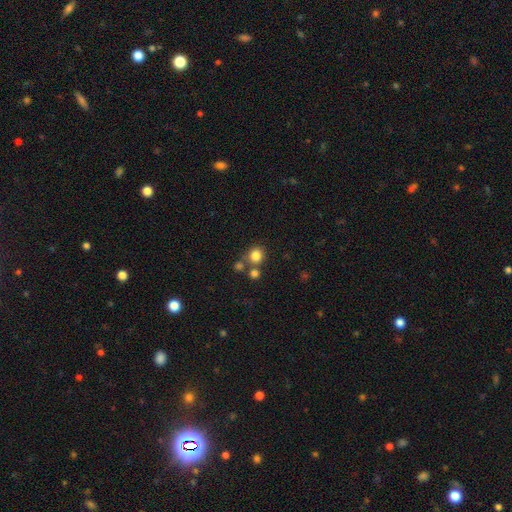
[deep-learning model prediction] smooth-or-featured: smooth: 81% | star or artifact: 12% | featured or disk: 7%
  how-rounded: round: 87% | in between: 12% | cigar-shaped: 1%
  merging: none: 65% | merger: 22% | minor disturbance: 9% | major disturbance: 4%